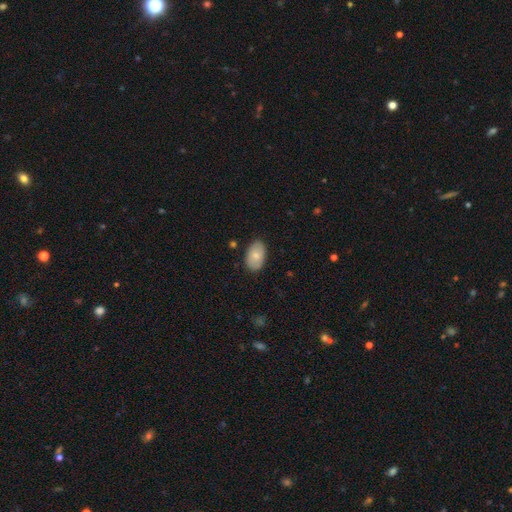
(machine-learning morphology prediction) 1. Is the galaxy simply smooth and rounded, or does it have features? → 79% smooth, 14% featured or disk, 6% star or artifact.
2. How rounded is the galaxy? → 92% in between, 7% round, 1% cigar-shaped.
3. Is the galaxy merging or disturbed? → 85% none, 12% minor disturbance, 2% major disturbance, 1% merger.